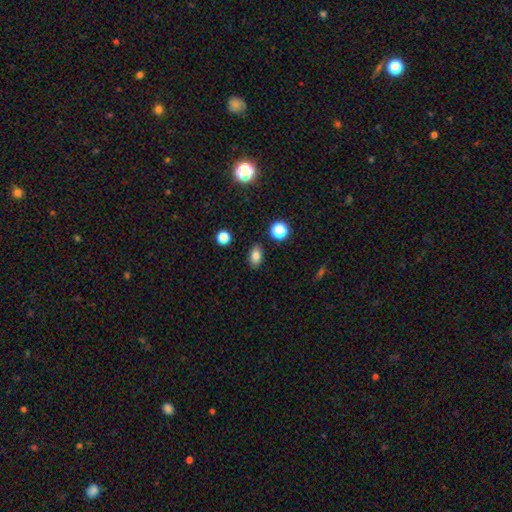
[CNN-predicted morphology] A smooth galaxy with no disk features (81%) that is in between round and cigar-shaped (84%).

Vote fractions:
- Smooth or featured? smooth: 81% / star or artifact: 12% / featured or disk: 7%
- How rounded? in between: 84% / round: 14% / cigar-shaped: 2%
- Merging? none: 87% / minor disturbance: 9% / major disturbance: 2% / merger: 2%